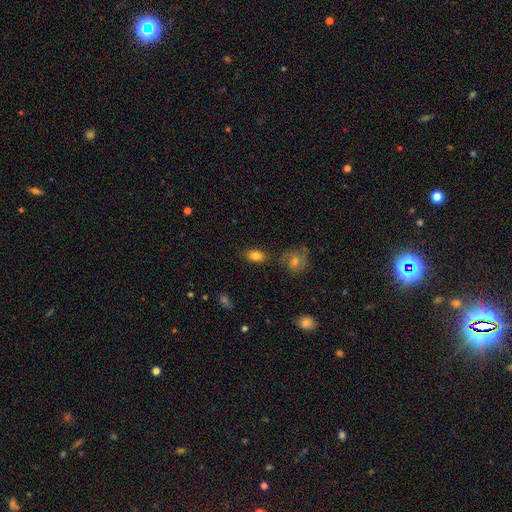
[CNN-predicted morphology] A smooth galaxy with no disk features (82%) that is in between round and cigar-shaped (84%). Merging: none (76%).